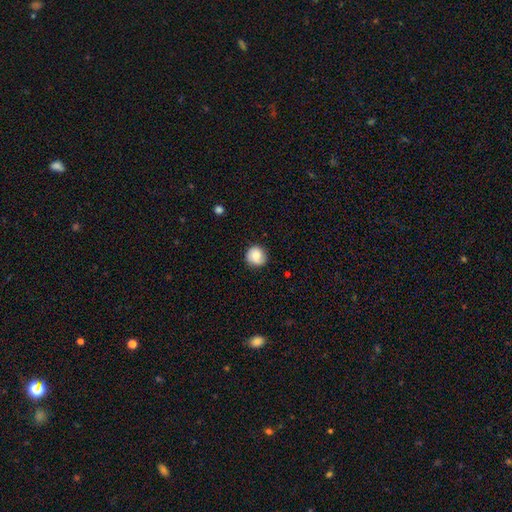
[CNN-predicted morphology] smooth_or_featured: smooth (p=0.76) [alt: featured or disk p=0.16]
how_rounded: round (p=0.91) [alt: in between p=0.08]
merging: none (p=0.84) [alt: minor disturbance p=0.12]